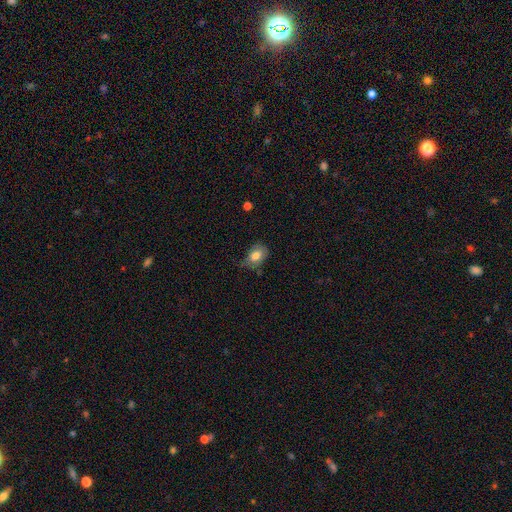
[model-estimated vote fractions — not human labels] Smooth or featured?
  - smooth: 78% *
  - featured or disk: 14%
  - star or artifact: 8%
How rounded?
  - in between: 80% *
  - round: 19%
  - cigar-shaped: 1%
Merging?
  - none: 49% *
  - minor disturbance: 36%
  - major disturbance: 12%
  - merger: 2%